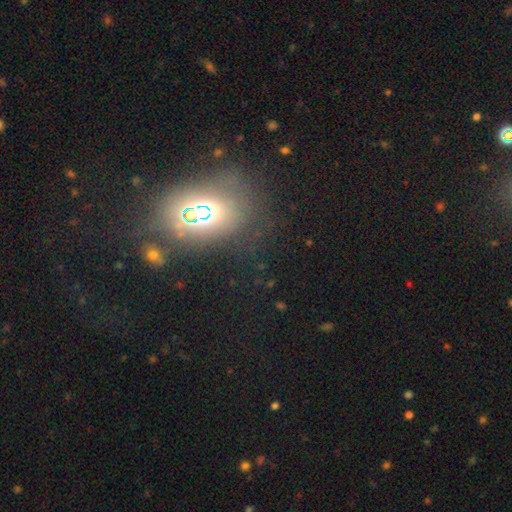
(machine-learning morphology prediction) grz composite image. It shows a smooth galaxy with no disk features (43%). Merging: none (49%).